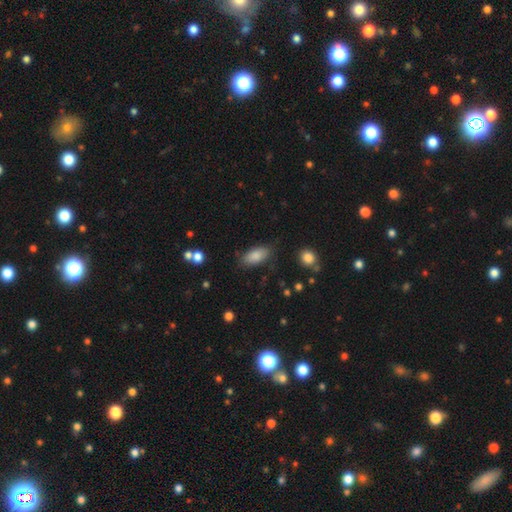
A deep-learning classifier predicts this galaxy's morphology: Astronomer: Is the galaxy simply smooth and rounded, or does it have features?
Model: smooth — 86%.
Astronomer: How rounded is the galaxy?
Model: in between — 89%.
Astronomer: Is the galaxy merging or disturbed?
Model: none — 80%.